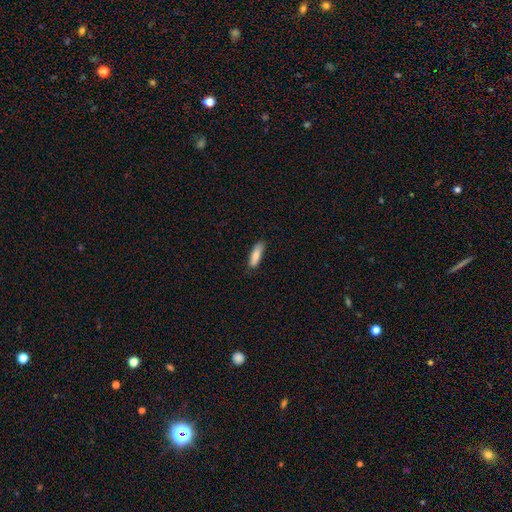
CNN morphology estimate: Smooth or featured? Predicted: smooth (p=0.85). How rounded? Predicted: cigar-shaped (p=0.57). Merging? Predicted: none (p=0.80).